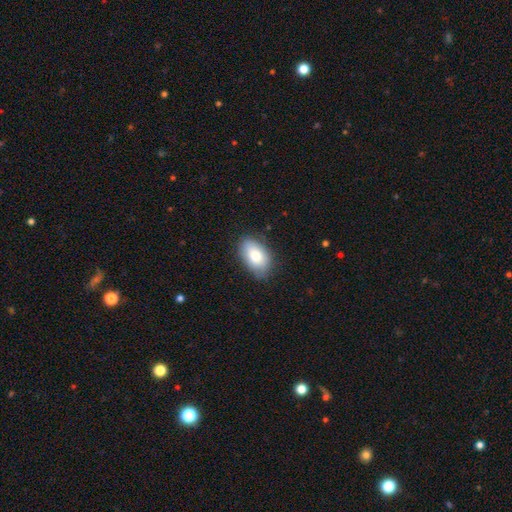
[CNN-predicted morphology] Smooth or featured: smooth — 79% (featured or disk — 14%)
How rounded: in between — 91% (round — 7%)
Merging: none — 79% (minor disturbance — 16%)